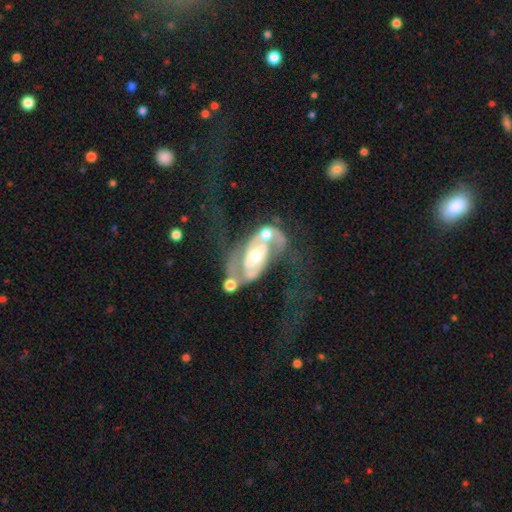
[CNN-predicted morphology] Overall: featured or disk (84%). Edge-on disk: no (95%). Bar: no (42%; weak 34%). Spiral arms: yes (84%). Spiral arm count: 2 (74%). Spiral winding: medium (42%; loose 30%). Bulge size: moderate (56%; small 34%). Merging: merger (33%; major disturbance 31%).